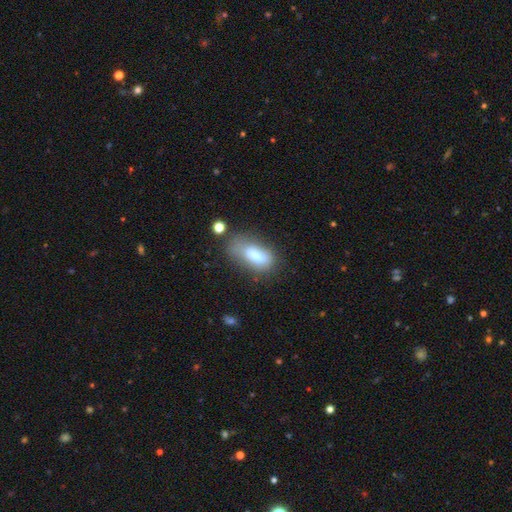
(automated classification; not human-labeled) Smooth or featured? Predicted: smooth (p=0.73). How rounded? Predicted: in between (p=0.83). Merging? Predicted: none (p=0.43).